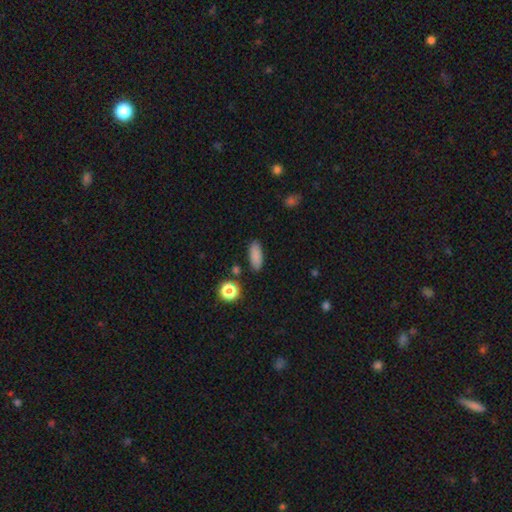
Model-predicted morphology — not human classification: Smooth or featured? smooth (84%)
How rounded? in between (70%)
Merging? none (86%)